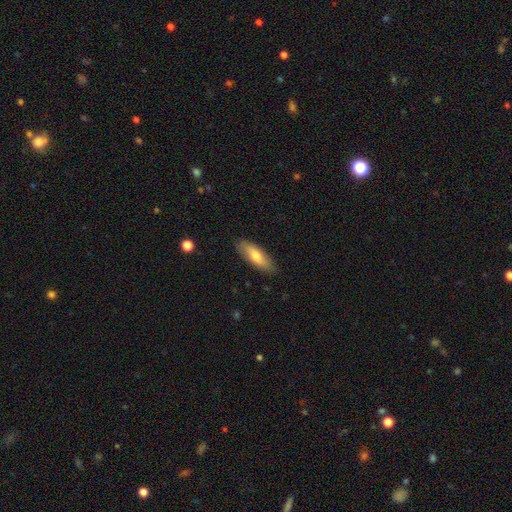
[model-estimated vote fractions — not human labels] This is likely a smooth galaxy (70%). How rounded: likely in between (63%). Merging: clearly none (85%).